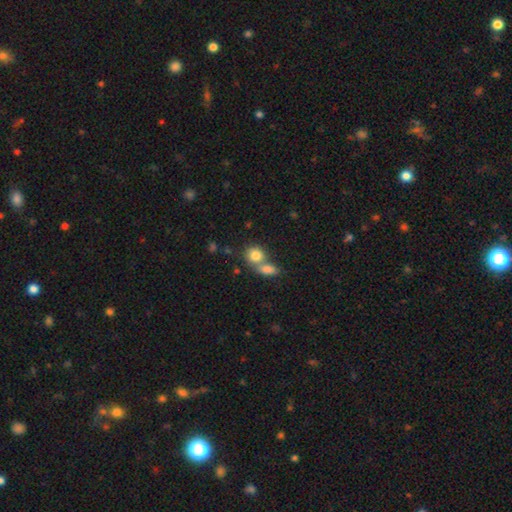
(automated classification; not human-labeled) Smooth or featured? smooth (82%)
How rounded? round (67%)
Merging? merger (52%)